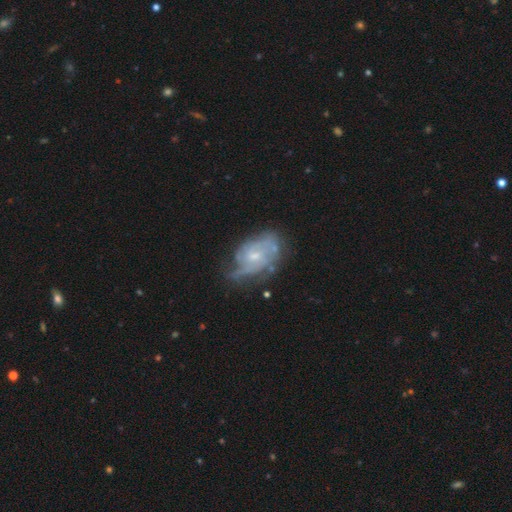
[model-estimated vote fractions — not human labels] Smooth or featured?
  - featured or disk: 78% *
  - smooth: 15%
  - star or artifact: 7%
Edge-on disk?
  - no: 96% *
  - yes: 4%
Bar?
  - no: 63% *
  - weak: 33%
  - strong: 4%
Spiral arms?
  - yes: 85% *
  - no: 15%
Spiral winding?
  - tight: 45% *
  - medium: 39%
  - loose: 16%
Spiral arm count?
  - can't tell: 39% *
  - 2: 31%
  - 3: 13%
  - 1: 8%
  - 4: 5%
  - more than 4: 4%
Bulge size?
  - small: 57% *
  - moderate: 36%
  - none: 5%
  - large: 2%
  - dominant: 1%
Merging?
  - none: 51% *
  - minor disturbance: 29%
  - major disturbance: 17%
  - merger: 3%